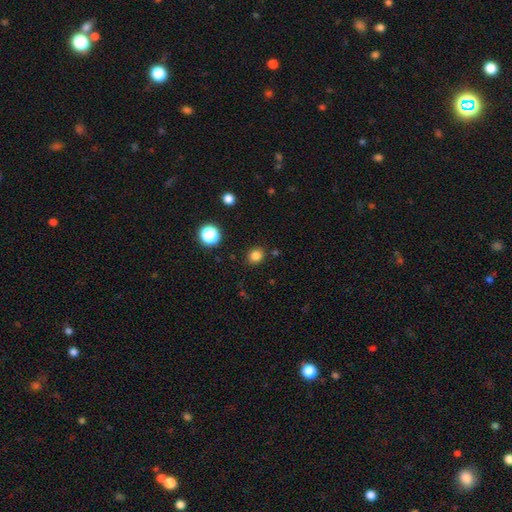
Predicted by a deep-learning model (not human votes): Overall: smooth (82%). How rounded: round (77%). Merging: none (87%).